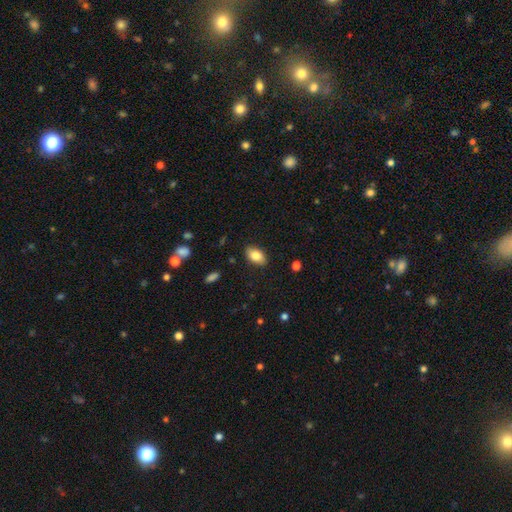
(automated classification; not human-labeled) Q: Smooth or featured?
A: smooth (83%); runner-up: featured or disk (9%)
Q: How rounded?
A: in between (91%); runner-up: round (7%)
Q: Merging?
A: none (86%); runner-up: minor disturbance (10%)